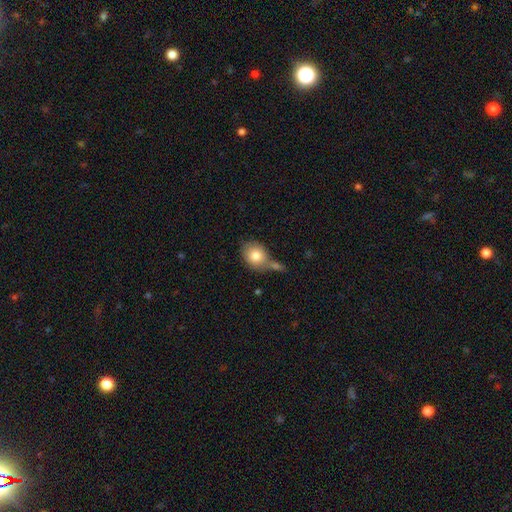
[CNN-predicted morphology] The model was most divided on "how rounded": round: 54%, in between: 45%, cigar-shaped: 1%. Remaining: smooth or featured — smooth (81%); merging — none (46%).